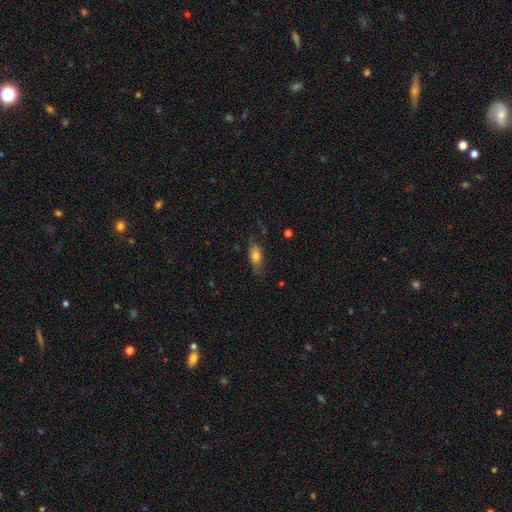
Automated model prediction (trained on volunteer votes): Smooth or featured? Predicted: smooth (p=0.74). How rounded? Predicted: in between (p=0.81). Merging? Predicted: none (p=0.66).